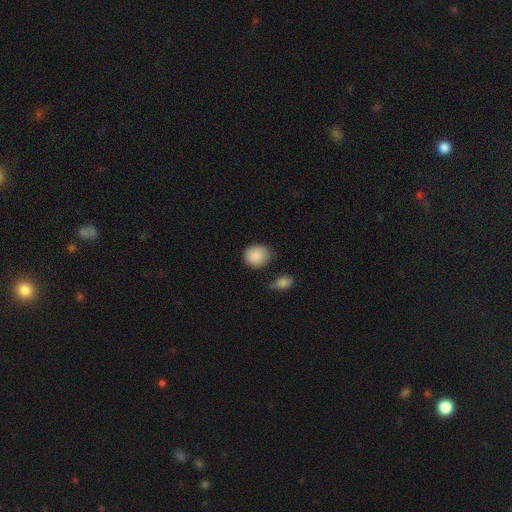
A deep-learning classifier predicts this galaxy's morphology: Overall: smooth (88%). How rounded: round (69%; in between 30%). Merging: none (71%).